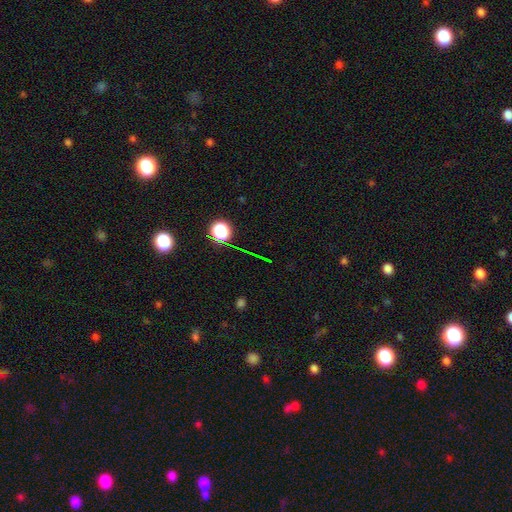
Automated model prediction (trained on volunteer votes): star or artifact 64%, smooth 26%, featured or disk 11%.